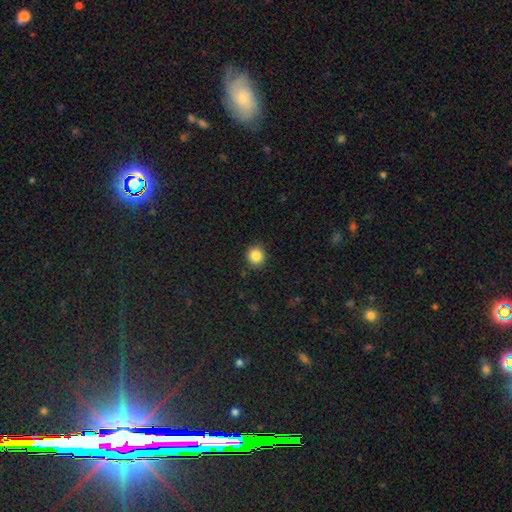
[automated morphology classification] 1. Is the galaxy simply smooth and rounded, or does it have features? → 86% smooth, 10% star or artifact, 4% featured or disk.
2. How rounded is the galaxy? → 91% round, 8% in between, 1% cigar-shaped.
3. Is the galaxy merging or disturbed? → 91% none, 6% minor disturbance, 2% major disturbance, 1% merger.